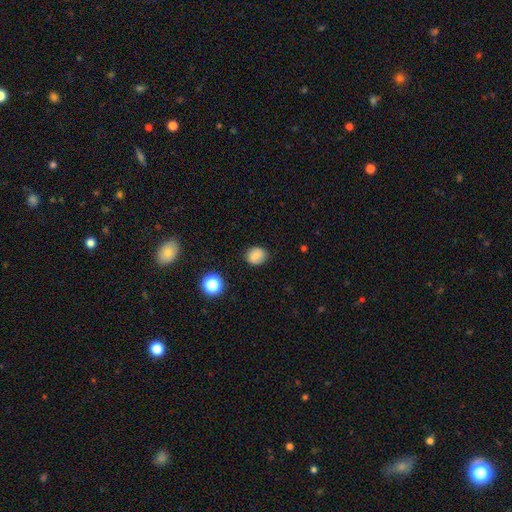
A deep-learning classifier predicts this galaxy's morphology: Overall: smooth (80%). How rounded: round (74%). Merging: none (84%).